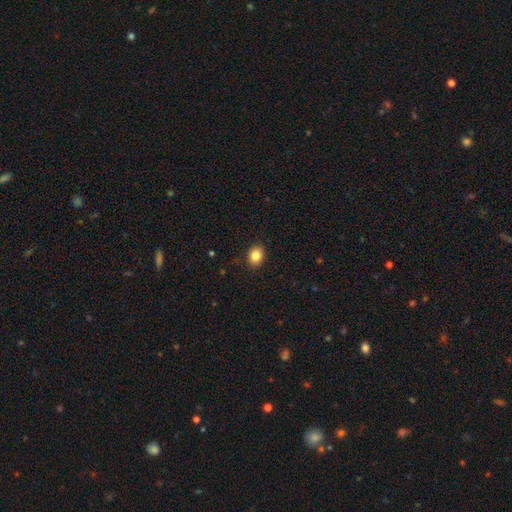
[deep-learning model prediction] Morphology: type=smooth (85%); roundness=in between (56%); merging=none (89%).